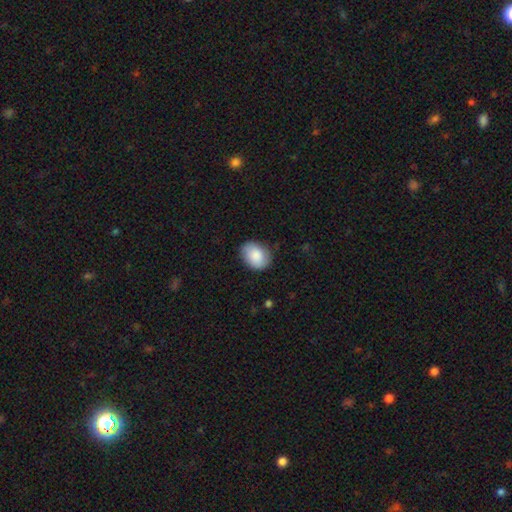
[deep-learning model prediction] A smooth galaxy with no disk features (85%) that is in between round and cigar-shaped (64%).

Vote fractions:
- Smooth or featured? smooth: 85% / featured or disk: 9% / star or artifact: 6%
- How rounded? in between: 64% / round: 35% / cigar-shaped: 1%
- Merging? none: 80% / minor disturbance: 16% / major disturbance: 3% / merger: 1%